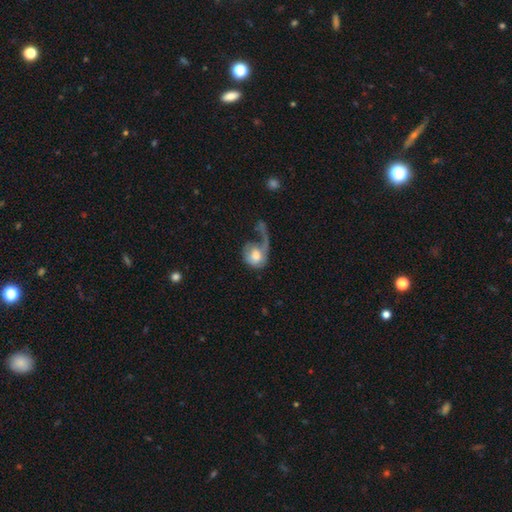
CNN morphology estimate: A featured or disk galaxy (49%).

Vote fractions:
- Smooth or featured? featured or disk: 49% / smooth: 45% / star or artifact: 7%
- Merging? major disturbance: 62% / none: 19% / minor disturbance: 13% / merger: 6%